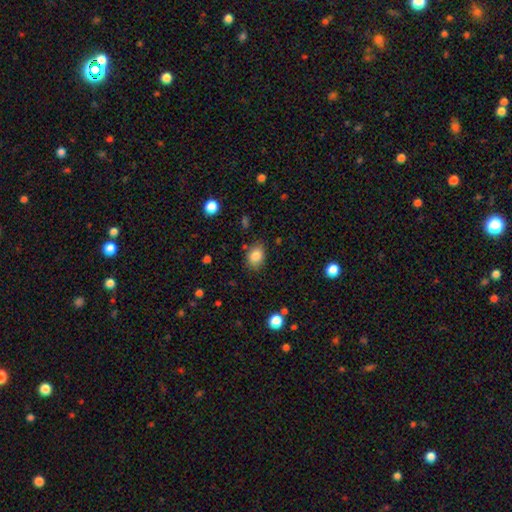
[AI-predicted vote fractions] A smooth galaxy with no disk features (84%) that is in between round and cigar-shaped (69%).

Vote fractions:
- Smooth or featured? smooth: 84% / star or artifact: 9% / featured or disk: 7%
- How rounded? in between: 69% / round: 30% / cigar-shaped: 1%
- Merging? none: 80% / minor disturbance: 14% / major disturbance: 4% / merger: 2%